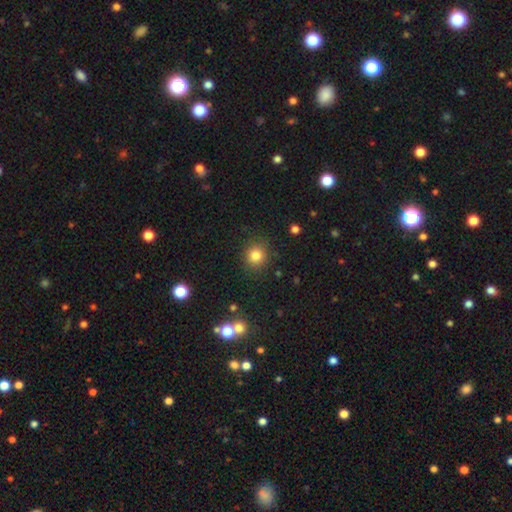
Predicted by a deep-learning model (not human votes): Q: Smooth or featured?
A: smooth (81%); runner-up: star or artifact (13%)
Q: How rounded?
A: round (85%); runner-up: in between (14%)
Q: Merging?
A: none (87%); runner-up: minor disturbance (9%)